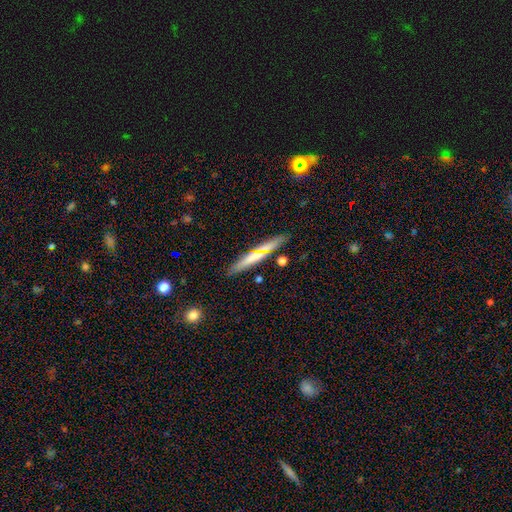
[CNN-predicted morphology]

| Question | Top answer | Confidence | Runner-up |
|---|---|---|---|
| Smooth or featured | smooth | 54% | featured or disk (38%) |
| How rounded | cigar-shaped | 93% | in between (5%) |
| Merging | none | 85% | minor disturbance (8%) |